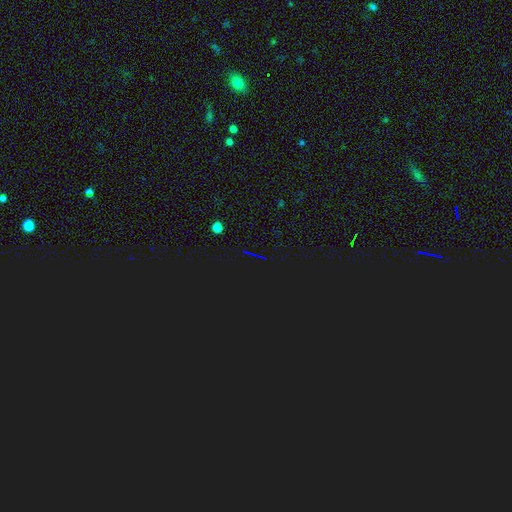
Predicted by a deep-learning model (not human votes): Q: Smooth or featured?
A: star or artifact (81%); runner-up: smooth (11%)